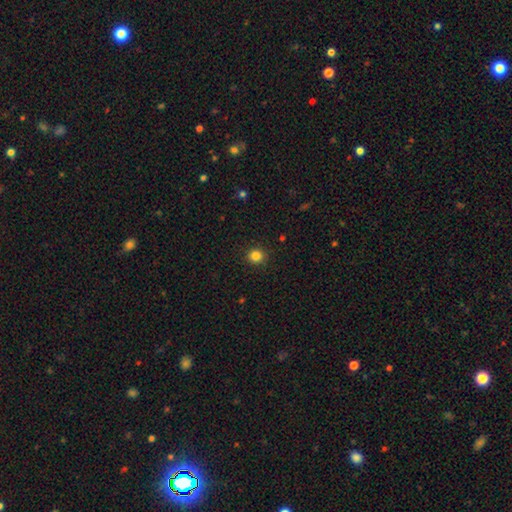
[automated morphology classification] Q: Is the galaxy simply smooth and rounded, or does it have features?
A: smooth — 84%.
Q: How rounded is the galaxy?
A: round — 91%.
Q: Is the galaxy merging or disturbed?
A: none — 91%.